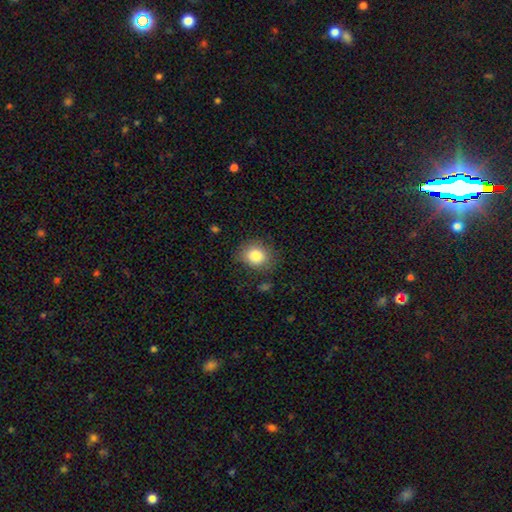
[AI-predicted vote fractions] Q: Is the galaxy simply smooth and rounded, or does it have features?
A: smooth — 82%.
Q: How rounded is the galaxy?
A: round — 70%.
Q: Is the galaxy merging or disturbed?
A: none — 78%.